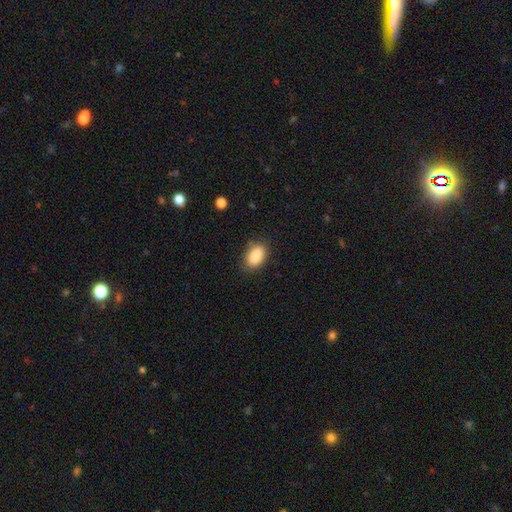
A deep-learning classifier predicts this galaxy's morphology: Smooth or featured? smooth (88%)
How rounded? in between (90%)
Merging? none (82%)